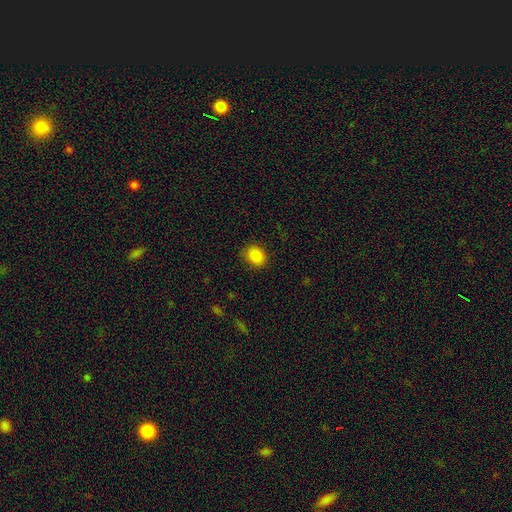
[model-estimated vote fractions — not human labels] The model was most divided on "how rounded": round: 54%, in between: 45%, cigar-shaped: 1%. More confident: smooth or featured — smooth (86%); merging — none (85%).